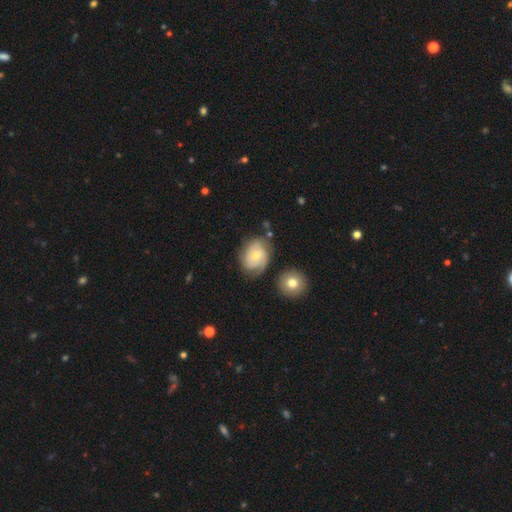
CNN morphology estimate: Smooth or featured? Predicted: featured or disk (p=0.59). Edge-on disk? Predicted: no (p=0.97). Bar? Predicted: no (p=0.73). Spiral arms? Predicted: yes (p=0.86). Bulge size? Predicted: small (p=0.52). Merging? Predicted: none (p=0.64).